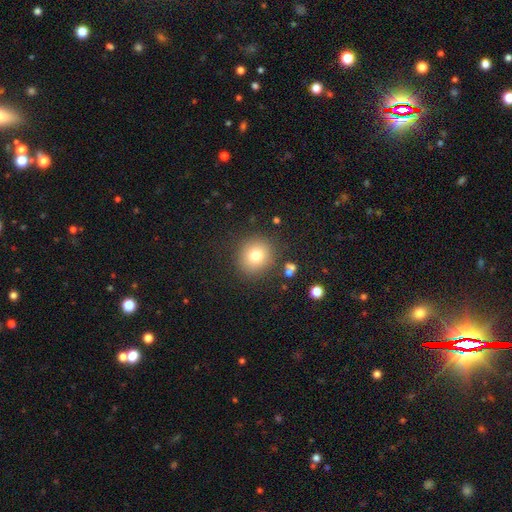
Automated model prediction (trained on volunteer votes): smooth 76%, star or artifact 13%, featured or disk 11%. Down the decision tree: how rounded — round (85%); merging — none (86%).